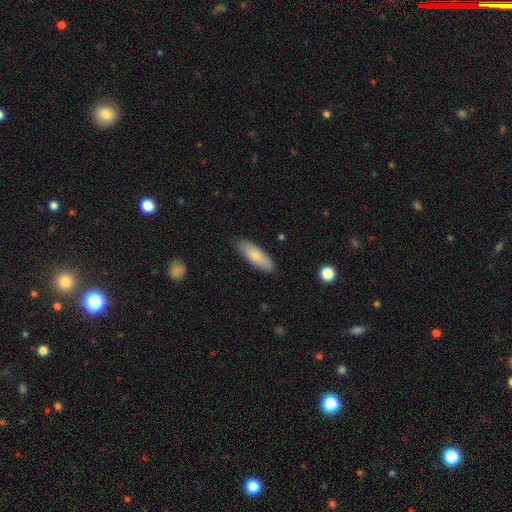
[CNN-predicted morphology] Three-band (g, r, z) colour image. It shows a smooth galaxy with no disk features (82%) that is in between round and cigar-shaped (54%). Merging: none (86%).